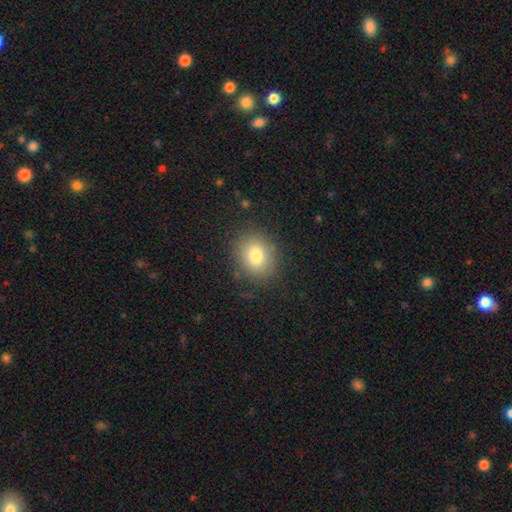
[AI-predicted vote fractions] A smooth galaxy with no disk features (79%) that is round (58%).

Vote fractions:
- Smooth or featured? smooth: 79% / star or artifact: 11% / featured or disk: 11%
- How rounded? round: 58% / in between: 41% / cigar-shaped: 1%
- Merging? none: 83% / minor disturbance: 11% / major disturbance: 4% / merger: 1%